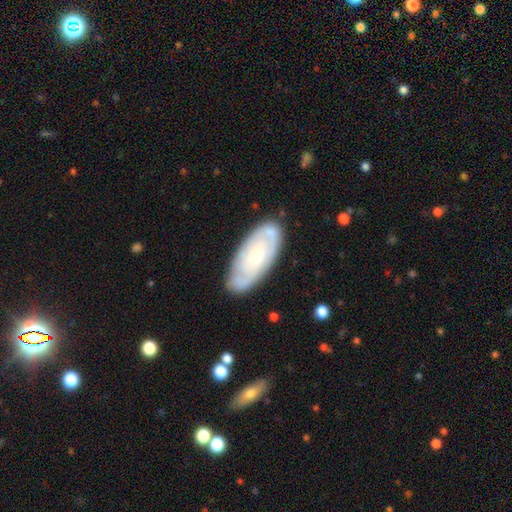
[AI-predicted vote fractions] featured or disk 63%, smooth 32%, star or artifact 6%. Down the decision tree: edge-on disk — no (91%); bar — no (78%); spiral arms — yes (79%); bulge size — small (63%); merging — none (81%).